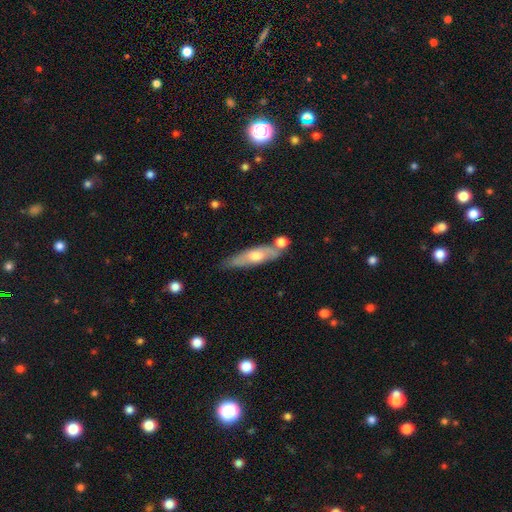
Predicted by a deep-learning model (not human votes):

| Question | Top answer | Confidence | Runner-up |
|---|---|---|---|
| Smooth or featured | featured or disk | 51% | smooth (43%) |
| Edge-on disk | yes | 65% | no (35%) |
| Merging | none | 67% | minor disturbance (19%) |